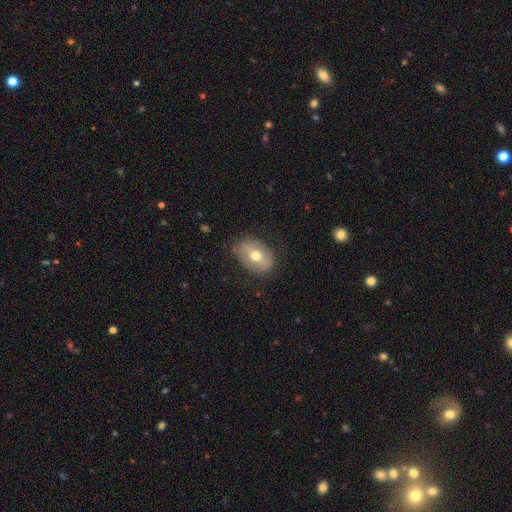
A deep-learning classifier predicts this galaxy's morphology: Q: Smooth or featured?
A: smooth (57%); runner-up: featured or disk (35%)
Q: How rounded?
A: in between (72%); runner-up: round (27%)
Q: Merging?
A: none (77%); runner-up: minor disturbance (18%)